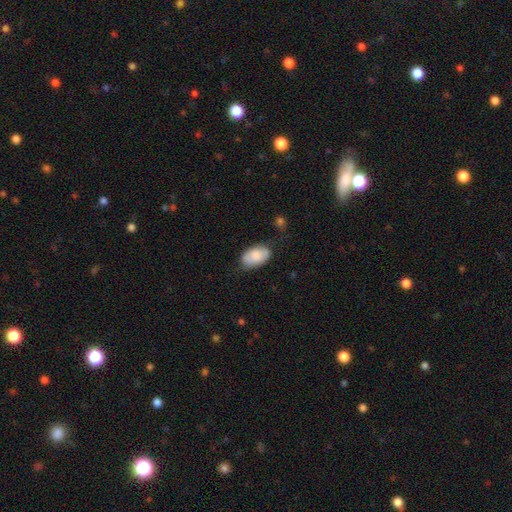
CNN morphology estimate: This is clearly a smooth galaxy (82%). How rounded: clearly in between (93%). Merging: likely none (65%).